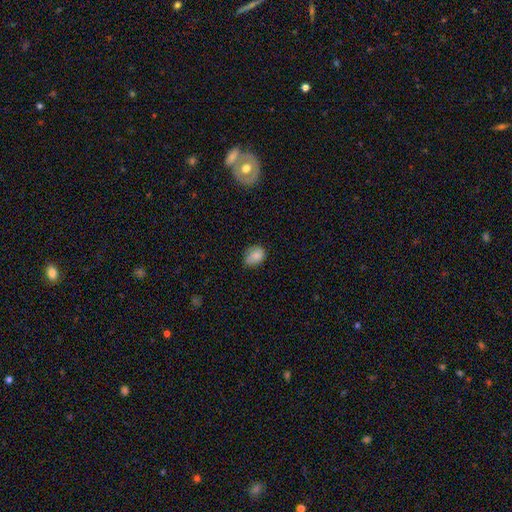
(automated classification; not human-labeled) A smooth galaxy with no disk features (83%) that is in between round and cigar-shaped (62%).

Vote fractions:
- Smooth or featured? smooth: 83% / star or artifact: 9% / featured or disk: 8%
- How rounded? in between: 62% / round: 37% / cigar-shaped: 1%
- Merging? none: 58% / minor disturbance: 33% / major disturbance: 7% / merger: 2%